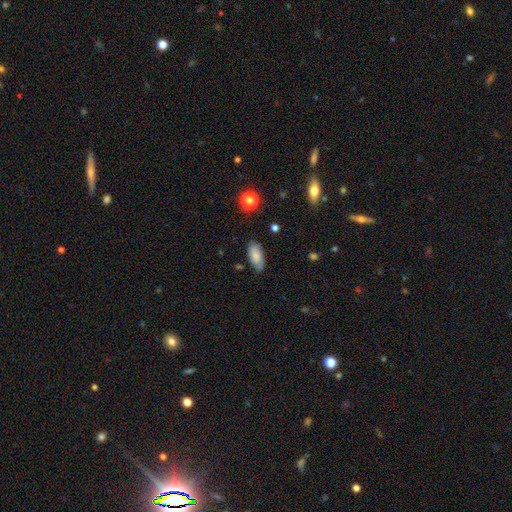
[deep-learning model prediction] smooth_or_featured: smooth (p=0.83) [alt: featured or disk p=0.10]
how_rounded: in between (p=0.88) [alt: cigar-shaped p=0.10]
merging: none (p=0.83) [alt: minor disturbance p=0.13]